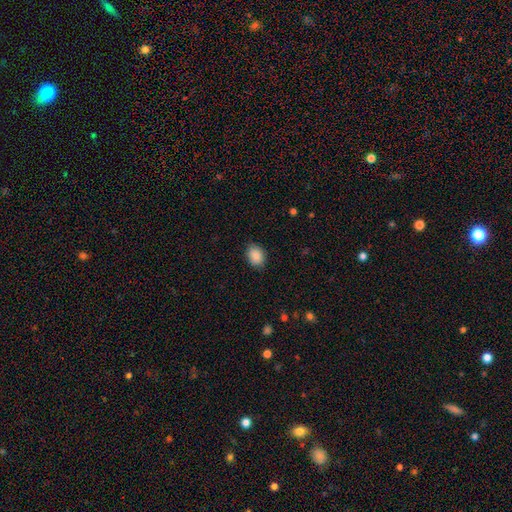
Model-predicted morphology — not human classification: Smooth or featured: smooth — 89% (star or artifact — 8%)
How rounded: in between — 63% (round — 36%)
Merging: none — 85% (minor disturbance — 11%)